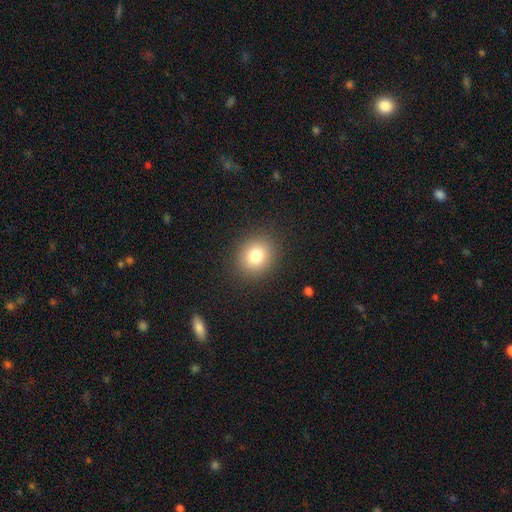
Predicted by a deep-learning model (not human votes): The model was most divided on "how rounded": round: 78%, in between: 21%, cigar-shaped: 1%. More confident: merging — none (89%); smooth or featured — smooth (81%).